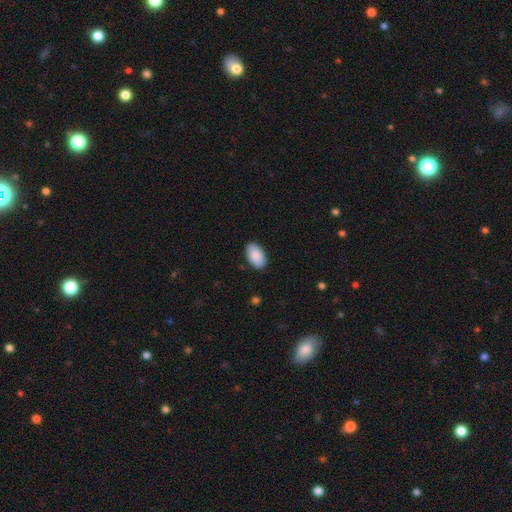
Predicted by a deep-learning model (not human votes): This appears to be a smooth galaxy with no disk features (89%) that is in between round and cigar-shaped (95%). Merging: none (88%).